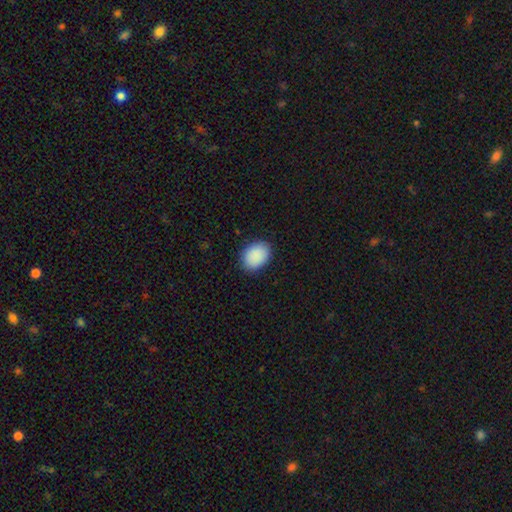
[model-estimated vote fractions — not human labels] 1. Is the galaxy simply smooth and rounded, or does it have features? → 90% smooth, 7% star or artifact, 3% featured or disk.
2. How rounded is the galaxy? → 70% in between, 29% round, 1% cigar-shaped.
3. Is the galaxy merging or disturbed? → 87% none, 10% minor disturbance, 2% major disturbance, 1% merger.